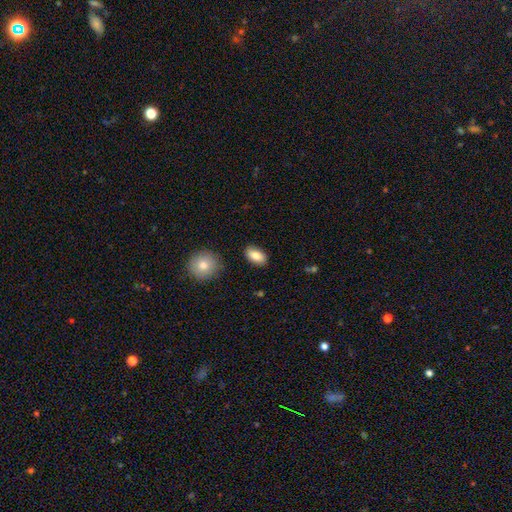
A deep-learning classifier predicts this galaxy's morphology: This is clearly a smooth galaxy (83%). How rounded: clearly in between (91%). Merging: clearly none (86%).